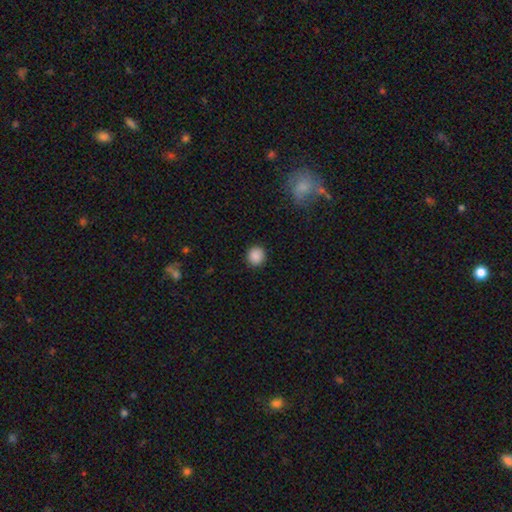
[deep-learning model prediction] This appears to be a smooth galaxy with no disk features (88%) that is round (91%). Merging: none (91%).